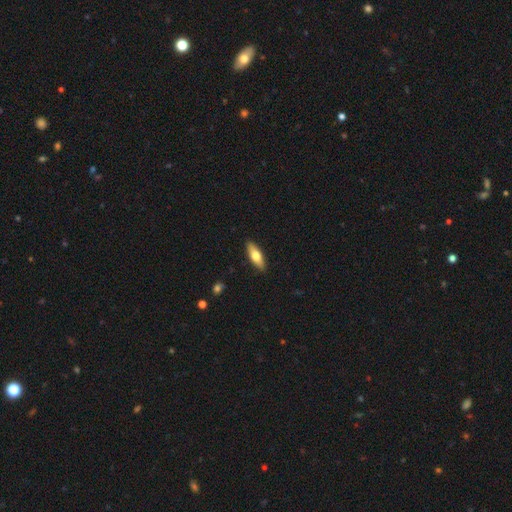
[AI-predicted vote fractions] A smooth galaxy with no disk features (61%) that is in between round and cigar-shaped (57%). Merging: none (89%).